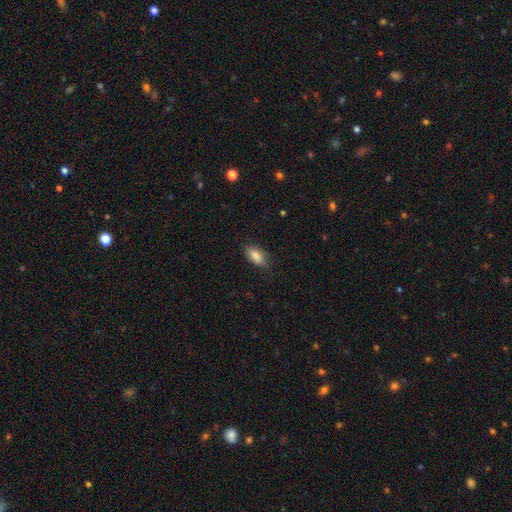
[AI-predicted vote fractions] Smooth or featured? Predicted: smooth (p=0.80). How rounded? Predicted: in between (p=0.84). Merging? Predicted: none (p=0.77).